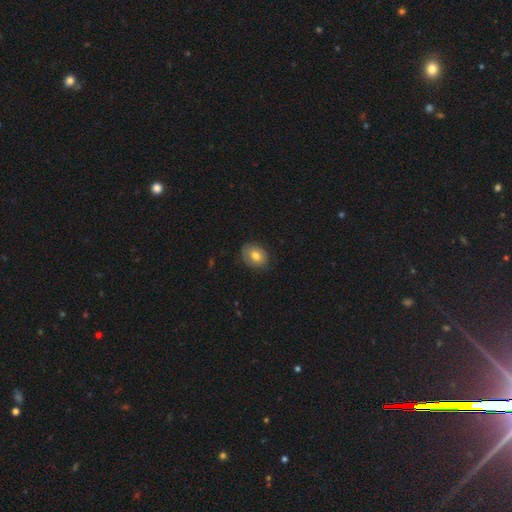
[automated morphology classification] Smooth or featured? Predicted: smooth (p=0.75). How rounded? Predicted: in between (p=0.61). Merging? Predicted: none (p=0.79).